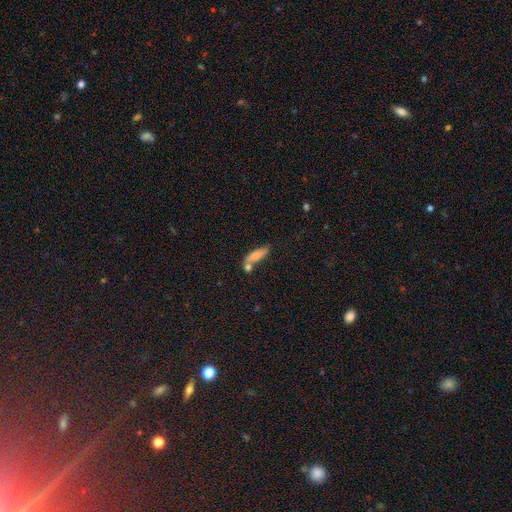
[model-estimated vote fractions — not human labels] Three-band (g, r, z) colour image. It shows a smooth galaxy with no disk features (75%) that is cigar-shaped (51%). Merging: none (45%).